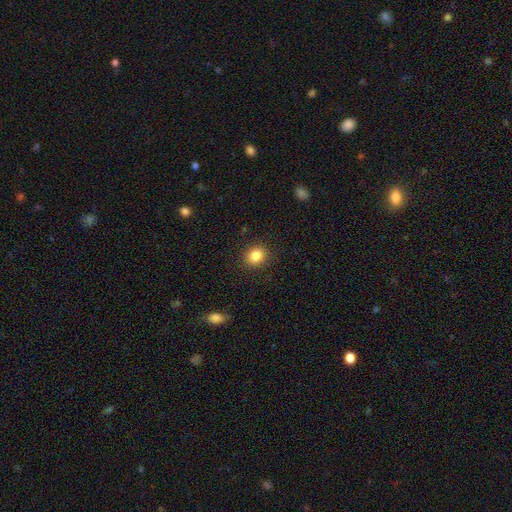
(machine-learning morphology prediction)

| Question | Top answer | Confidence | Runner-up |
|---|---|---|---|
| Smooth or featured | smooth | 85% | star or artifact (10%) |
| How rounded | round | 63% | in between (36%) |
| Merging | none | 89% | minor disturbance (8%) |